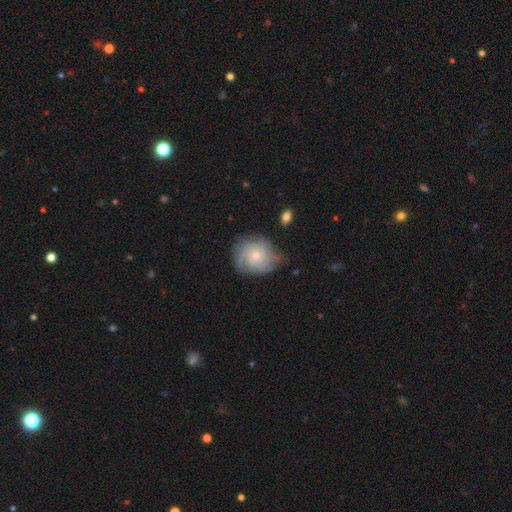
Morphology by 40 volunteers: type=featured or disk (48%); edge-on=no (100%); bar=no (84%); spiral arms=yes (79%); winding=tight (67%); arm count=can't tell (60%); bulge=small (58%); merging=none (62%).